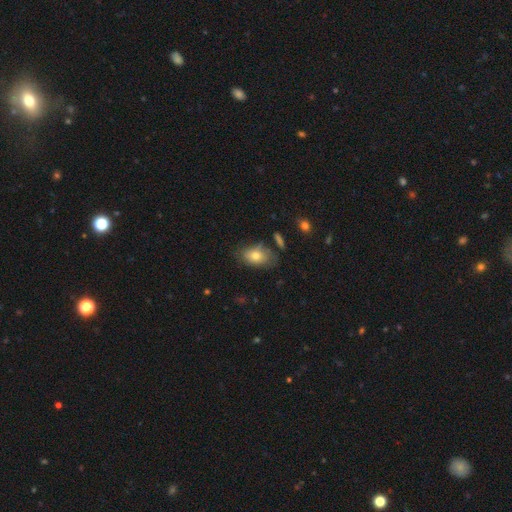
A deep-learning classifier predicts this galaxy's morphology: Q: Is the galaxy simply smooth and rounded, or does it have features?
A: smooth — 75%.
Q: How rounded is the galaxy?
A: in between — 86%.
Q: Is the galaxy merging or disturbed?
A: none — 63%.